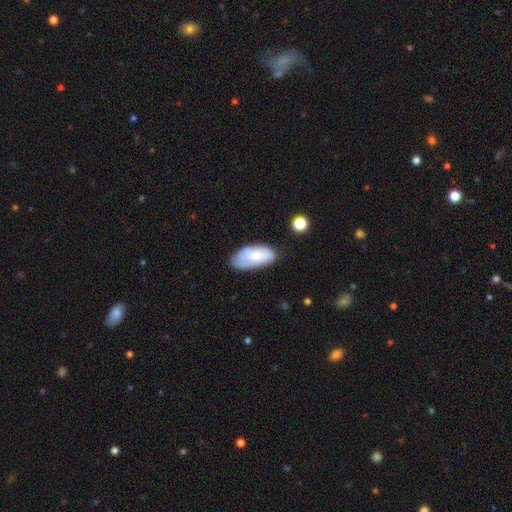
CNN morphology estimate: This is possibly a smooth galaxy (57%). How rounded: clearly in between (92%). Merging: likely none (60%).